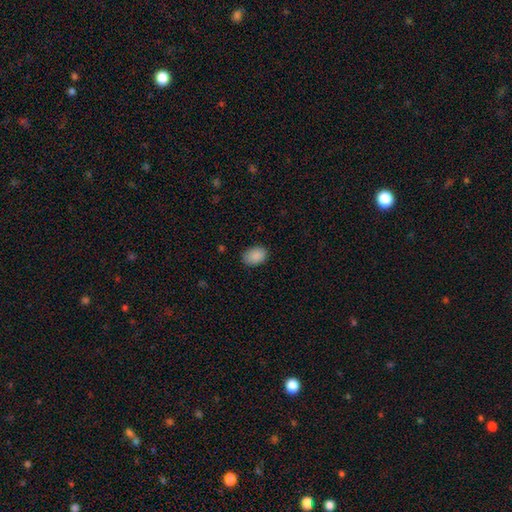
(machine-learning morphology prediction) A smooth galaxy with no disk features (89%) that is in between round and cigar-shaped (83%).

Vote fractions:
- Smooth or featured? smooth: 89% / star or artifact: 8% / featured or disk: 3%
- How rounded? in between: 83% / round: 16% / cigar-shaped: 1%
- Merging? none: 84% / minor disturbance: 12% / major disturbance: 3% / merger: 1%